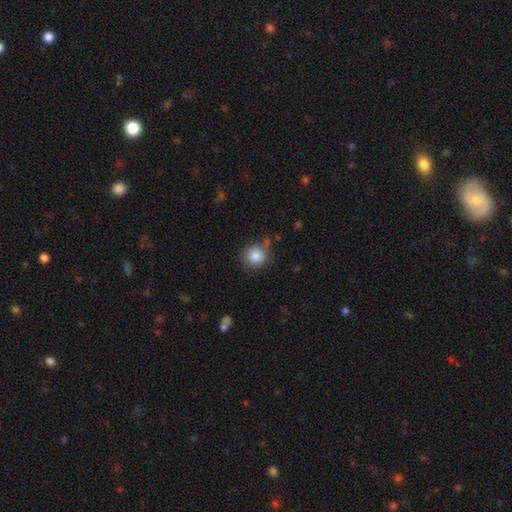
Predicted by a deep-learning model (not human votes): Morphology: type=smooth (86%); roundness=round (89%); merging=none (79%).